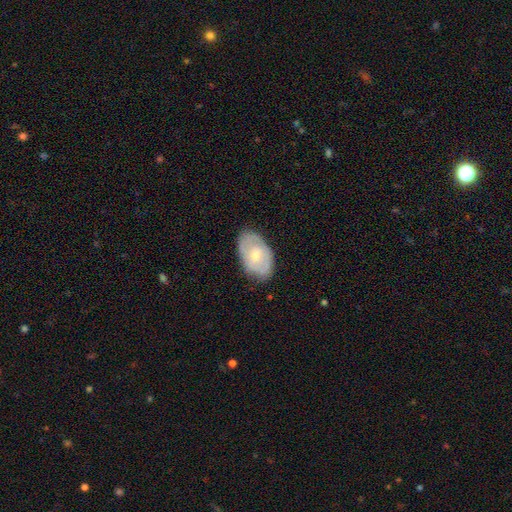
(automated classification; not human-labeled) Morphology: type=featured or disk (54%); edge-on=no (94%); bar=no (67%); spiral arms=yes (59%); bulge=small (48%); merging=none (76%).